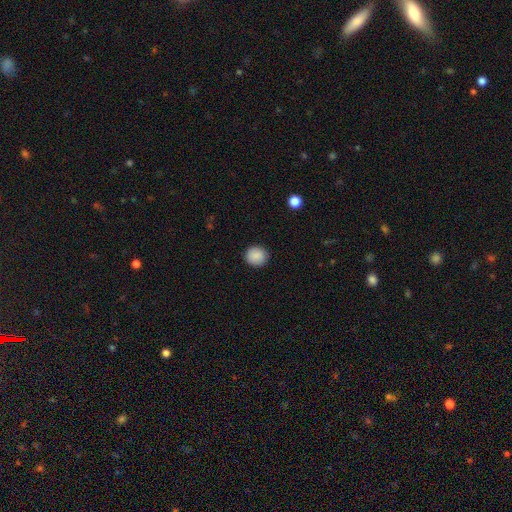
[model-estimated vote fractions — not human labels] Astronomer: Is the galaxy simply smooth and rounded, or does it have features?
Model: smooth — 88%.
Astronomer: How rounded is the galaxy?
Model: round — 89%.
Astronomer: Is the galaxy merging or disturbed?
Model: none — 90%.